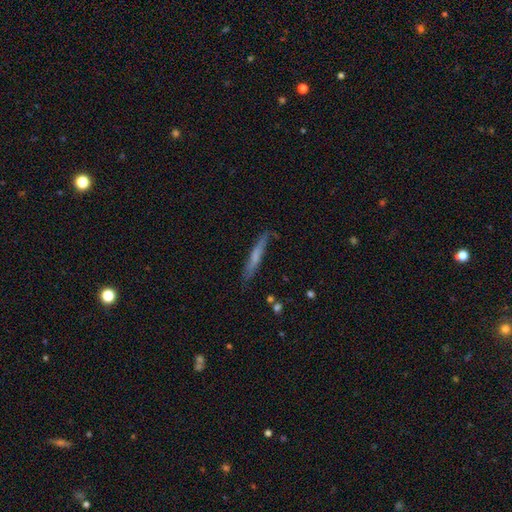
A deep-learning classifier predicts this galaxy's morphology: Smooth or featured?
  - smooth: 55% *
  - featured or disk: 38%
  - star or artifact: 7%
How rounded?
  - cigar-shaped: 94% *
  - in between: 4%
  - round: 2%
Merging?
  - none: 80% *
  - minor disturbance: 15%
  - major disturbance: 3%
  - merger: 2%